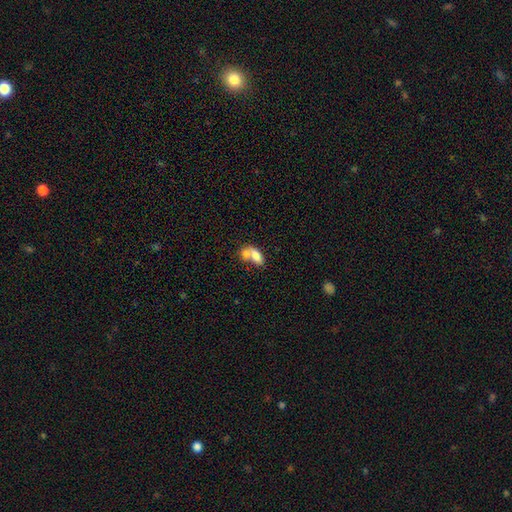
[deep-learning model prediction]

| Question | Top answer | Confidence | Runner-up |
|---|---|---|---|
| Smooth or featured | smooth | 73% | featured or disk (19%) |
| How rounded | in between | 86% | round (9%) |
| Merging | merger | 66% | none (20%) |